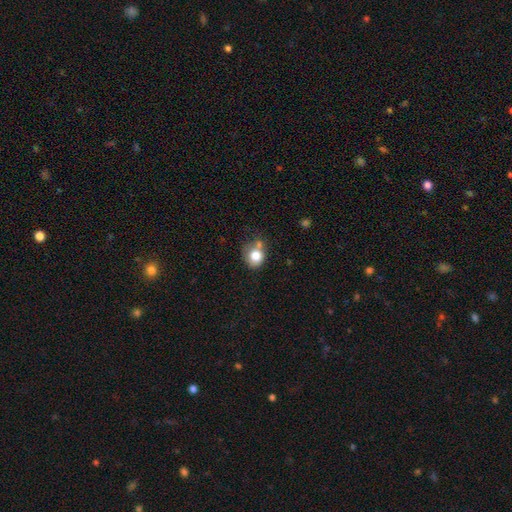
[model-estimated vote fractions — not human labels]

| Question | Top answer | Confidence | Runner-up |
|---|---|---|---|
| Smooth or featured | smooth | 79% | featured or disk (11%) |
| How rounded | round | 76% | in between (23%) |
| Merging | none | 53% | minor disturbance (20%) |